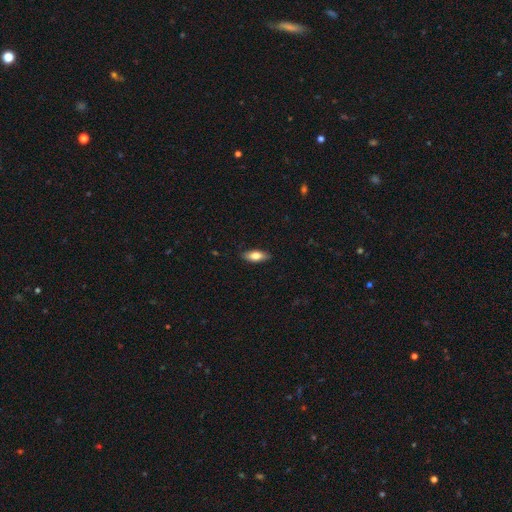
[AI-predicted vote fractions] smooth 75%, featured or disk 19%, star or artifact 6%. Down the decision tree: how rounded — in between (79%); merging — none (86%).